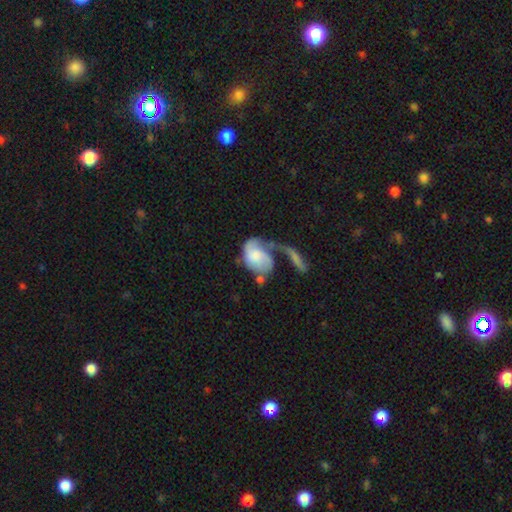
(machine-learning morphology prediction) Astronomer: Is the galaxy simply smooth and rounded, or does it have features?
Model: smooth — 47% (runner-up: featured or disk, 46%).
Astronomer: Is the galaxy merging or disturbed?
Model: major disturbance — 41% (runner-up: merger, 30%).